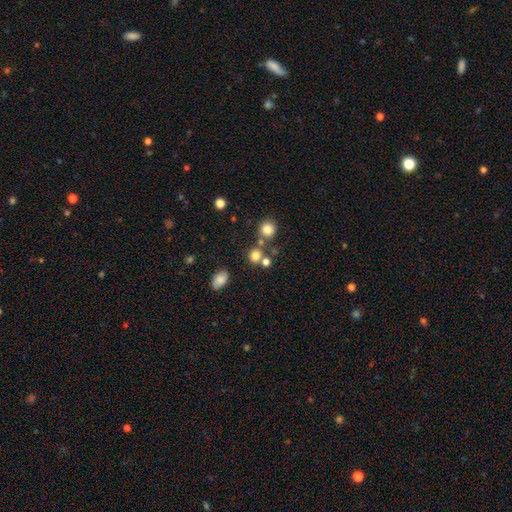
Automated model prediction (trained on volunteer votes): Q: Smooth or featured?
A: smooth (78%); runner-up: star or artifact (15%)
Q: How rounded?
A: round (82%); runner-up: in between (17%)
Q: Merging?
A: none (62%); runner-up: merger (24%)